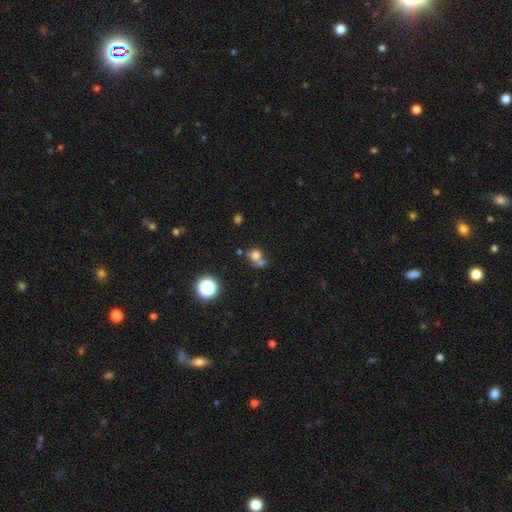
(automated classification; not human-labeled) Smooth or featured? Predicted: smooth (p=0.69). How rounded? Predicted: round (p=0.78). Merging? Predicted: merger (p=0.48).